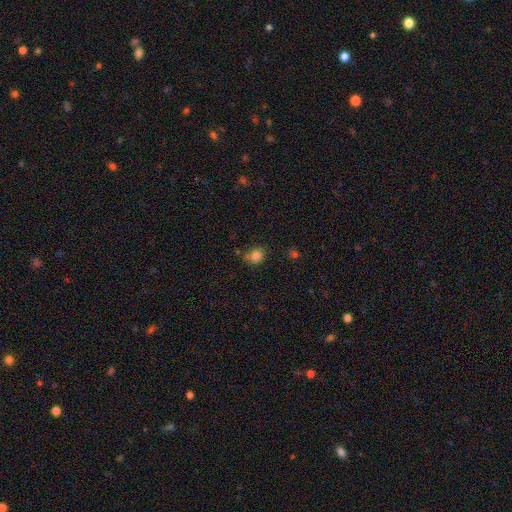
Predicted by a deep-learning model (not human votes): smooth-or-featured: smooth: 83% | star or artifact: 11% | featured or disk: 6%
  how-rounded: round: 71% | in between: 28% | cigar-shaped: 1%
  merging: none: 70% | minor disturbance: 18% | merger: 7% | major disturbance: 5%